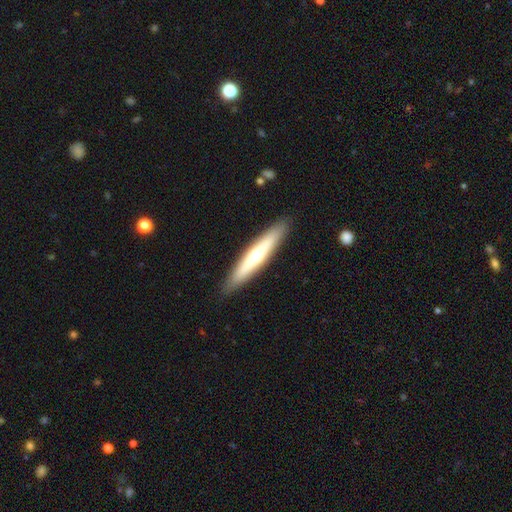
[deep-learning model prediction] Smooth or featured? Predicted: smooth (p=0.47, tied with featured or disk). Merging? Predicted: none (p=0.90).